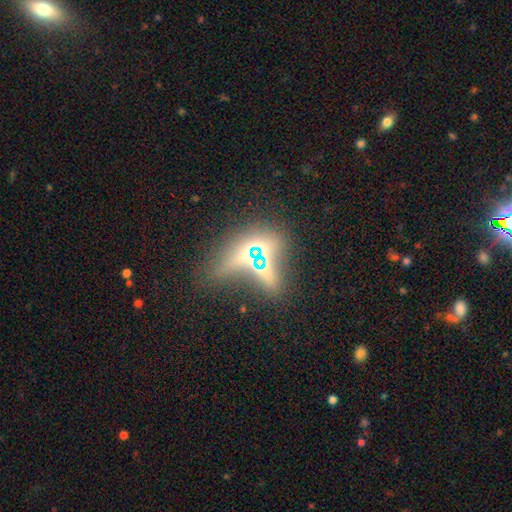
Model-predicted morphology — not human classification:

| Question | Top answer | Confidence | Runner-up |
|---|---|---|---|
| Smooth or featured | star or artifact | 49% | smooth (31%) |